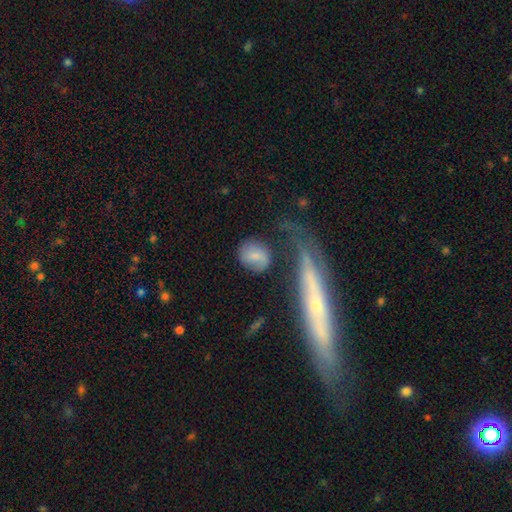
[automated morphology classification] type=smooth (68%); roundness=round (65%); merging=none (65%).